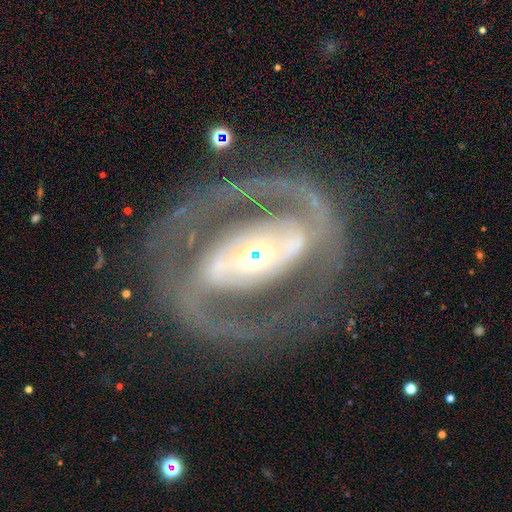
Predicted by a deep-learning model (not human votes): smooth_or_featured: featured or disk (p=0.87) [alt: smooth p=0.07]
disk_edge_on: no (p=0.96) [alt: yes p=0.04]
bar: strong (p=0.49) [alt: weak p=0.26]
has_spiral_arms: yes (p=0.85) [alt: no p=0.15]
spiral_winding: medium (p=0.45) [alt: tight p=0.40]
spiral_arm_count: 2 (p=0.85) [alt: can't tell p=0.07]
bulge_size: moderate (p=0.46) [alt: small p=0.35]
merging: none (p=0.73) [alt: minor disturbance p=0.13]